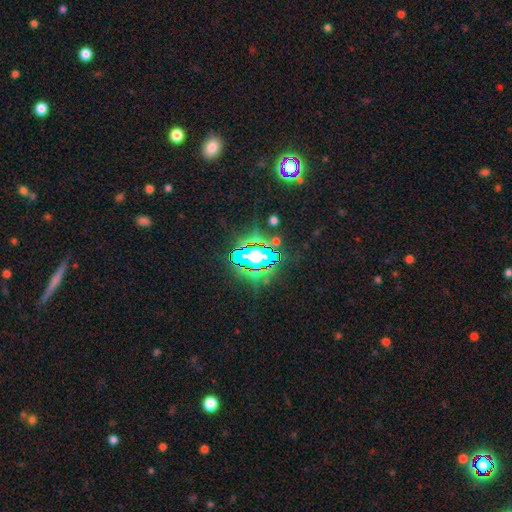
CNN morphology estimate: type=star or artifact (68%).